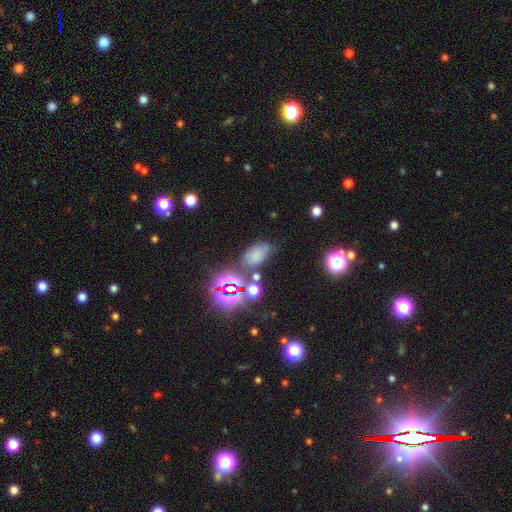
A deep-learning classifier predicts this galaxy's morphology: Smooth or featured?
  - smooth: 57% *
  - star or artifact: 30%
  - featured or disk: 13%
How rounded?
  - in between: 89% *
  - round: 9%
  - cigar-shaped: 3%
Merging?
  - none: 61% *
  - minor disturbance: 21%
  - merger: 10%
  - major disturbance: 8%